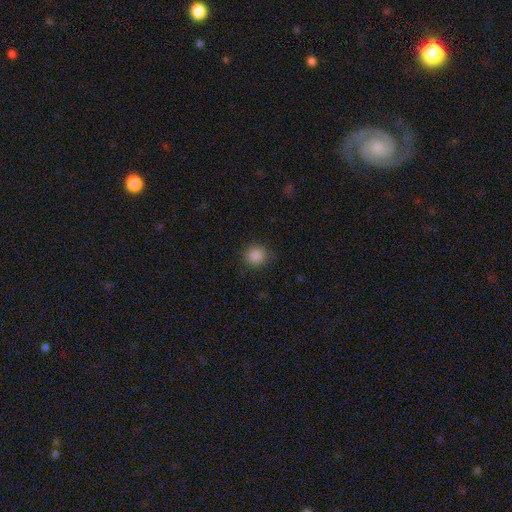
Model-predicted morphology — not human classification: A smooth galaxy with no disk features (87%) that is round (90%). Merging: none (86%).